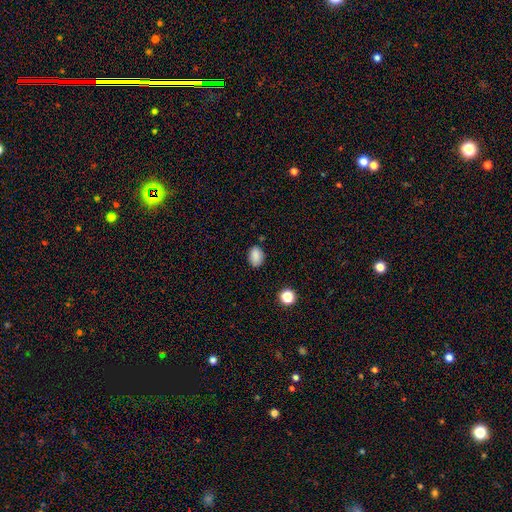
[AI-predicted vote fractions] Overall: smooth (86%). How rounded: in between (72%). Merging: none (80%).